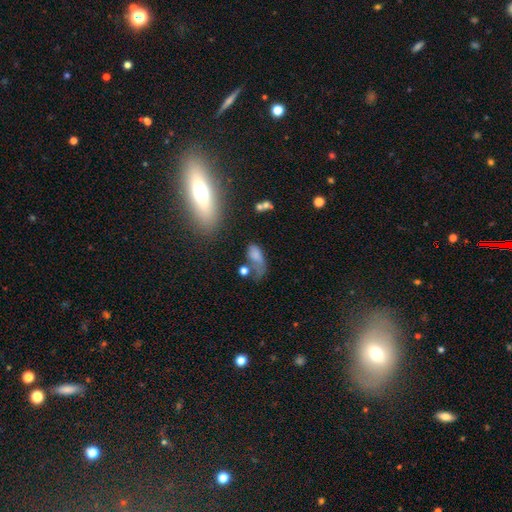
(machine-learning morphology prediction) This is likely a smooth galaxy (68%). How rounded: clearly in between (85%). Merging: marginally major disturbance (38%).